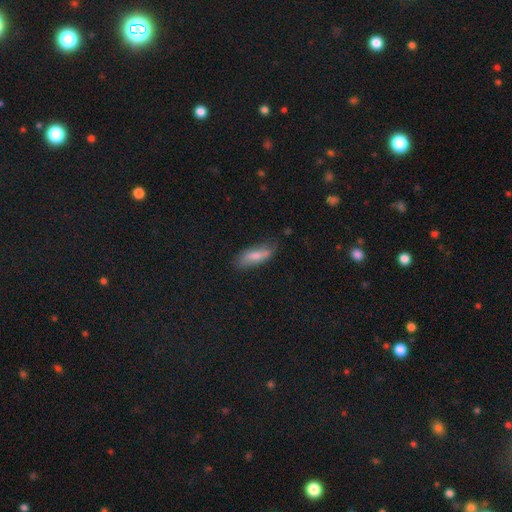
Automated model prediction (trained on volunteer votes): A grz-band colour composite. It shows a smooth galaxy with no disk features (69%) that is in between round and cigar-shaped (67%). Merging: none (66%).